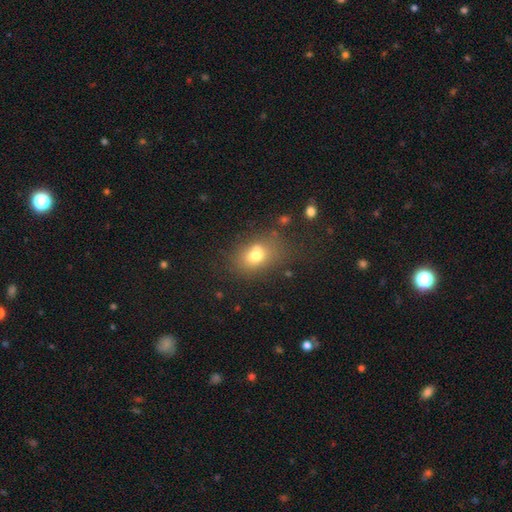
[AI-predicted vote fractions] A smooth galaxy with no disk features (71%) that is in between round and cigar-shaped (64%). Merging: none (51%).